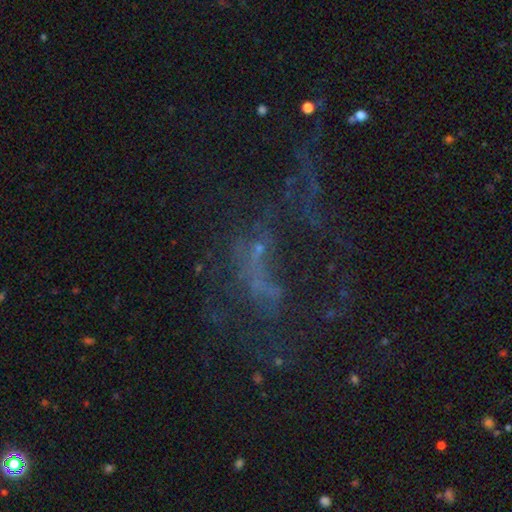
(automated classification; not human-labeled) Q: Smooth or featured?
A: featured or disk (49%); runner-up: star or artifact (35%)
Q: Merging?
A: major disturbance (44%); runner-up: none (36%)